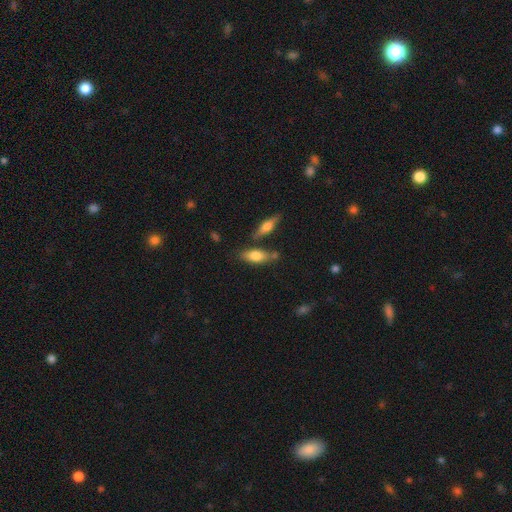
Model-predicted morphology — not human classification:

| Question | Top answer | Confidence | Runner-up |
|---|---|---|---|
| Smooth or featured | smooth | 70% | featured or disk (23%) |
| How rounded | in between | 74% | cigar-shaped (22%) |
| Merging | none | 64% | minor disturbance (16%) |